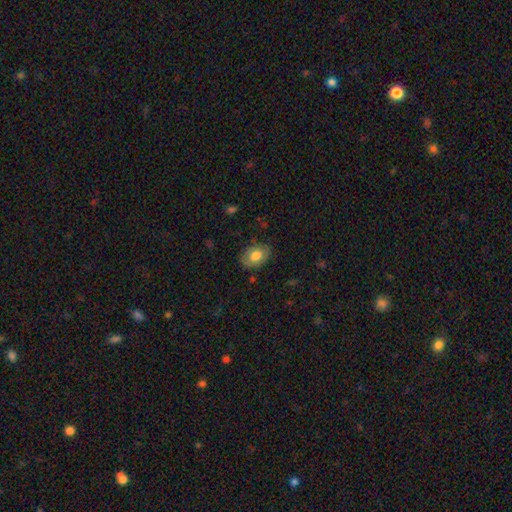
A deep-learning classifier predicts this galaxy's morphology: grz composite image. It shows a smooth galaxy with no disk features (70%) that is in between round and cigar-shaped (78%). Merging: none (79%).